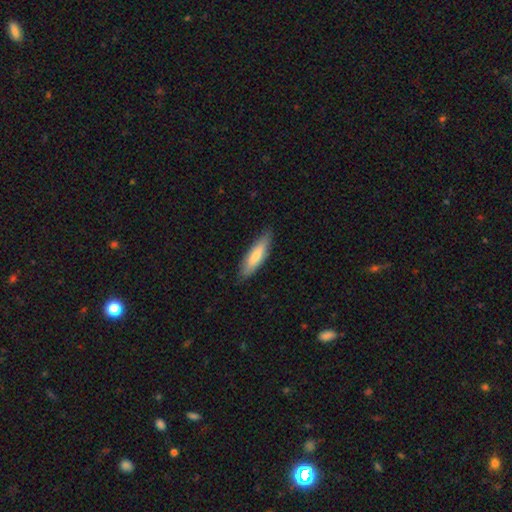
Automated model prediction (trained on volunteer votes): Overall: smooth (72%). How rounded: cigar-shaped (61%; in between 37%). Merging: none (85%).